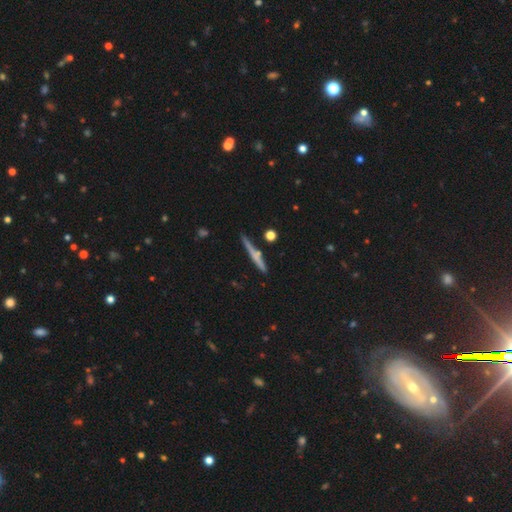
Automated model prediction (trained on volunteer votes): The model was most divided on "smooth or featured": featured or disk: 47%, smooth: 46%, star or artifact: 7%. More confident: merging — none (79%).